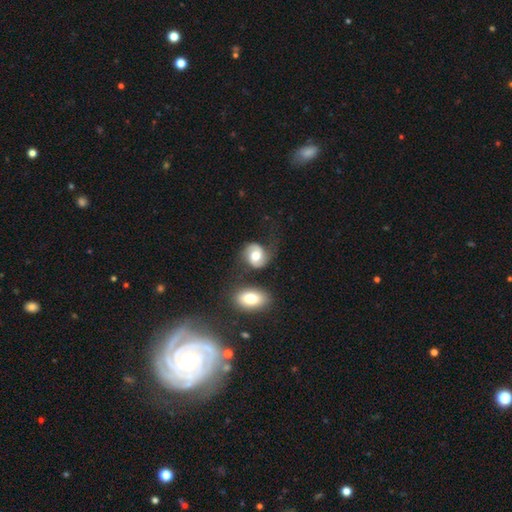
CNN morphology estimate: smooth-or-featured: featured or disk: 68% | smooth: 26% | star or artifact: 6%
  disk-edge-on: no: 98% | yes: 2%
    bar: no: 58% | weak: 32% | strong: 10%
    has-spiral-arms: yes: 90% | no: 10%
      spiral-winding: medium: 50% | loose: 31% | tight: 19%
      spiral-arm-count: 2: 88% | 1: 5% | can't tell: 4% | 3: 1% | 4: 1% | more than 4: 1%
    bulge-size: moderate: 66% | large: 24% | small: 6% | dominant: 2% | none: 1%
  merging: none: 57% | minor disturbance: 21% | major disturbance: 13% | merger: 9%